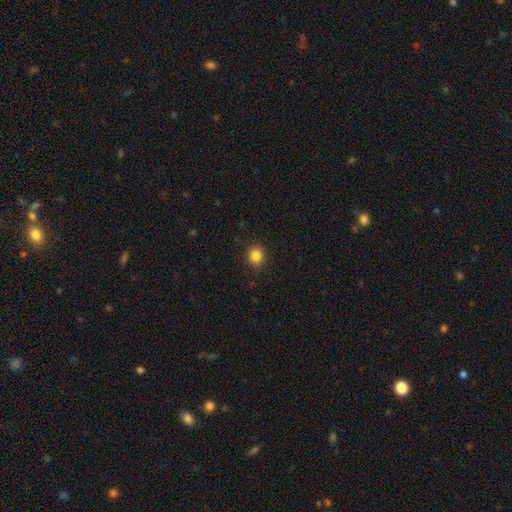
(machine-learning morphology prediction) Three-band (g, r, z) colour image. It shows a smooth galaxy with no disk features (85%) that is round (79%). Merging: none (90%).